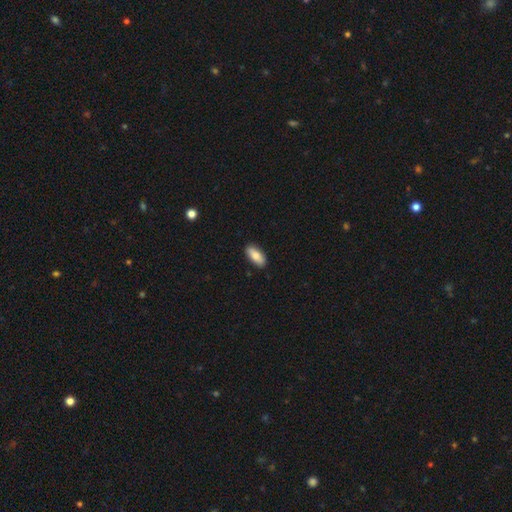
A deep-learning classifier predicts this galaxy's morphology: Smooth or featured? Predicted: smooth (p=0.80). How rounded? Predicted: in between (p=0.86). Merging? Predicted: none (p=0.90).